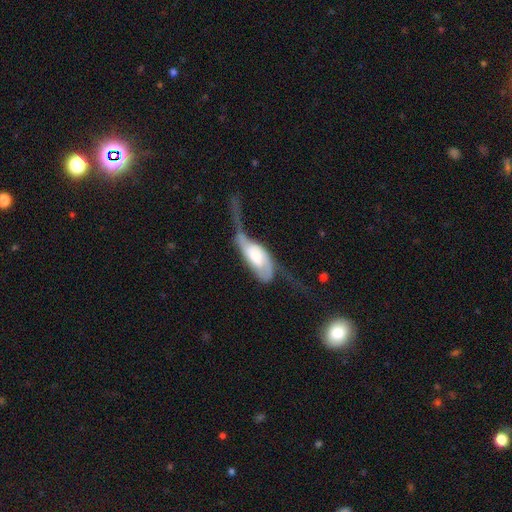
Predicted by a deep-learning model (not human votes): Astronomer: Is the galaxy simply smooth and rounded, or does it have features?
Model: featured or disk — 61%.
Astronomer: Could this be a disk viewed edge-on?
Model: no — 85%.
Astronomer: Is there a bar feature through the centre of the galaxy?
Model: no — 58%.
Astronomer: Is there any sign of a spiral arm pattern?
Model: yes — 77%.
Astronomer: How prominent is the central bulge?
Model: moderate — 46% (runner-up: large, 31%).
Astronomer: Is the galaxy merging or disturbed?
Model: major disturbance — 62%.